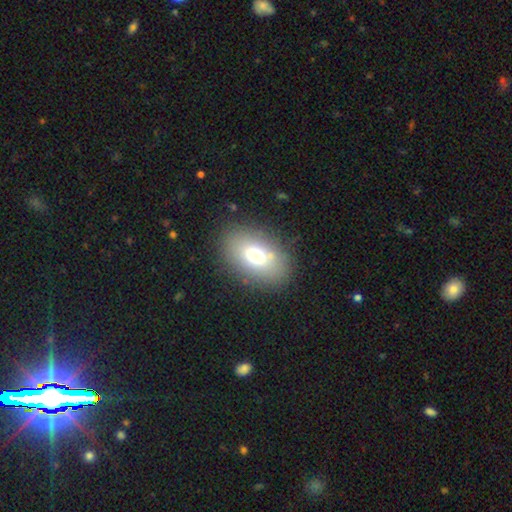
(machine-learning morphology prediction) The model was most divided on "smooth or featured": smooth: 71%, featured or disk: 18%, star or artifact: 11%. More confident: how rounded — in between (85%); merging — none (82%).